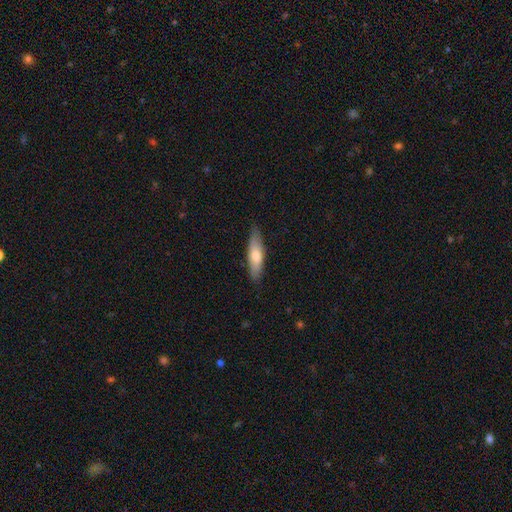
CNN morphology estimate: Overall: smooth (68%). How rounded: cigar-shaped (62%; in between 37%). Merging: none (82%).